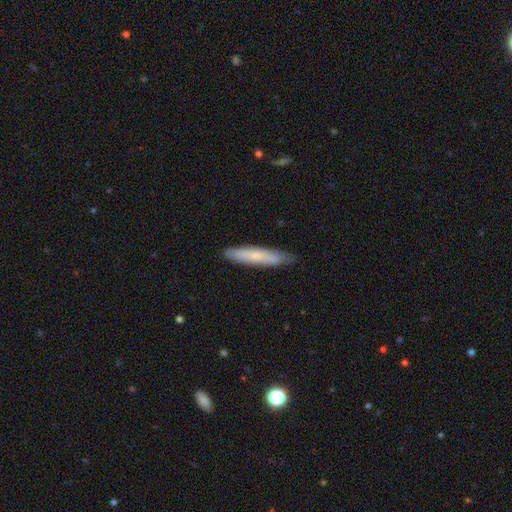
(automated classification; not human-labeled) Overall: smooth (65%; featured or disk 29%). How rounded: cigar-shaped (88%). Merging: none (85%).